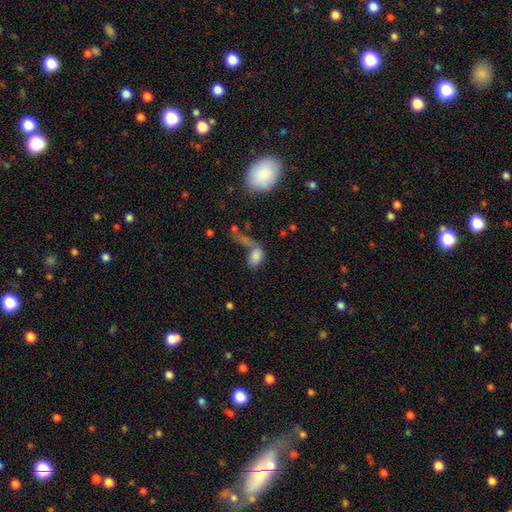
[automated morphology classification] Smooth or featured: smooth — 78% (star or artifact — 11%)
How rounded: in between — 85% (round — 12%)
Merging: merger — 41% (none — 29%)